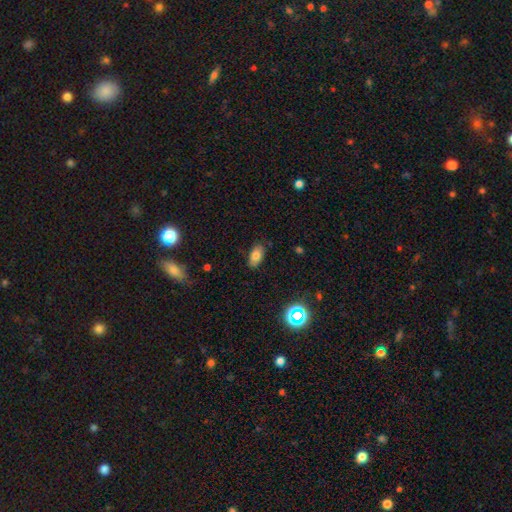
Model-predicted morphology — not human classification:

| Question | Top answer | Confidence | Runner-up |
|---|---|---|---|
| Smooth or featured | smooth | 74% | featured or disk (14%) |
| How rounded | in between | 92% | round (4%) |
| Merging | none | 83% | minor disturbance (13%) |